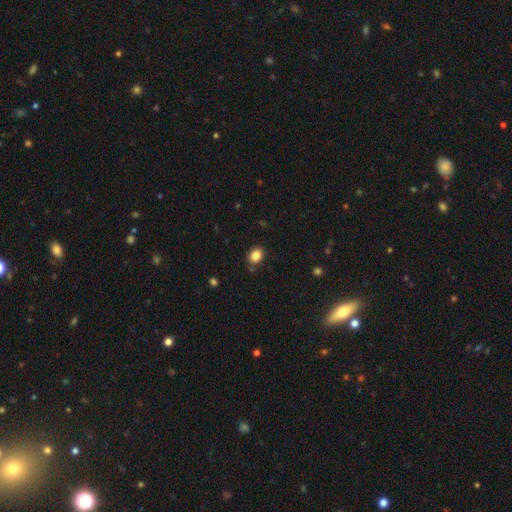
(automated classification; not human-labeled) smooth-or-featured: smooth: 85% | star or artifact: 10% | featured or disk: 6%
  how-rounded: in between: 60% | round: 39% | cigar-shaped: 1%
  merging: none: 83% | minor disturbance: 12% | major disturbance: 3% | merger: 2%